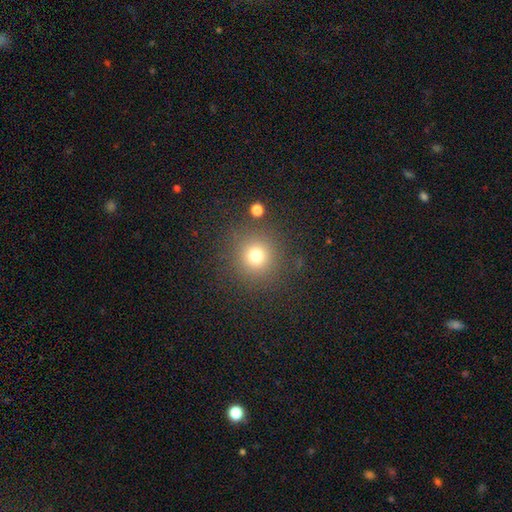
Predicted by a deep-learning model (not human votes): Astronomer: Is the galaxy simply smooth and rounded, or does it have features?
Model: smooth — 74%.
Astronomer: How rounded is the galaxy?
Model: round — 93%.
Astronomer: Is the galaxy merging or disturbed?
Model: none — 86%.